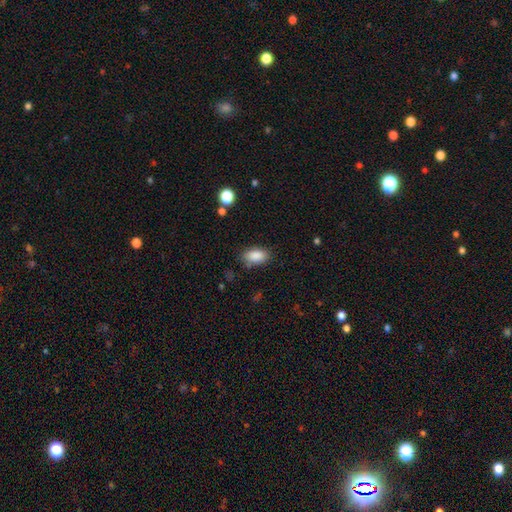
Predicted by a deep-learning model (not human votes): This appears to be a smooth galaxy with no disk features (88%) that is in between round and cigar-shaped (92%). Merging: none (80%).